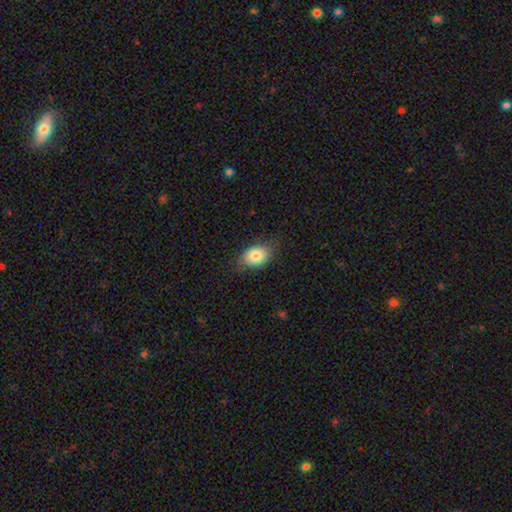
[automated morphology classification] Smooth or featured?
  - smooth: 80% *
  - featured or disk: 12%
  - star or artifact: 8%
How rounded?
  - in between: 77% *
  - round: 22%
  - cigar-shaped: 2%
Merging?
  - none: 74% *
  - minor disturbance: 21%
  - major disturbance: 5%
  - merger: 1%